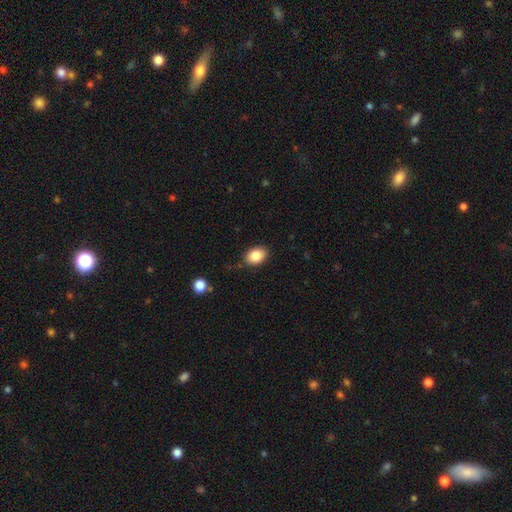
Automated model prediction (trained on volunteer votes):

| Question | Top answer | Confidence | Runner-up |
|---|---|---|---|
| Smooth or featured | smooth | 85% | star or artifact (8%) |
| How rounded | in between | 78% | round (21%) |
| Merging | none | 85% | minor disturbance (11%) |